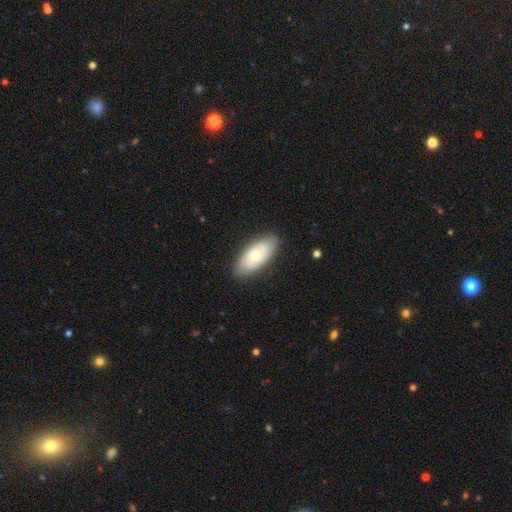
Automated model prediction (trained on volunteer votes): smooth-or-featured: smooth: 57% | featured or disk: 37% | star or artifact: 6%
  how-rounded: in between: 89% | cigar-shaped: 8% | round: 3%
  merging: none: 85% | minor disturbance: 12% | major disturbance: 2% | merger: 1%